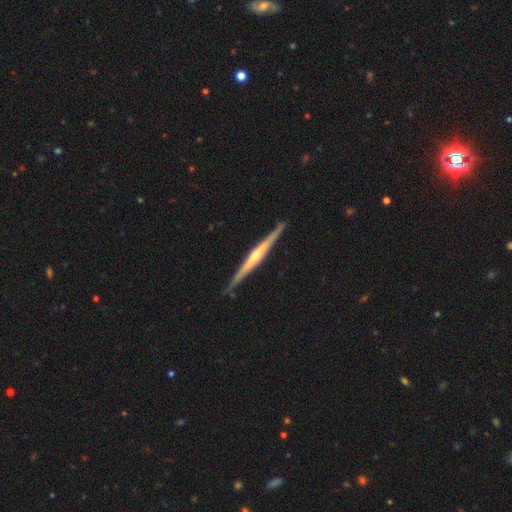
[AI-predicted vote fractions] smooth-or-featured: featured or disk: 78% | smooth: 18% | star or artifact: 5%
  disk-edge-on: yes: 98% | no: 2%
    edge-on-bulge: rounded: 64% | none: 27% | boxy: 9%
  merging: none: 89% | minor disturbance: 8% | major disturbance: 1% | merger: 1%